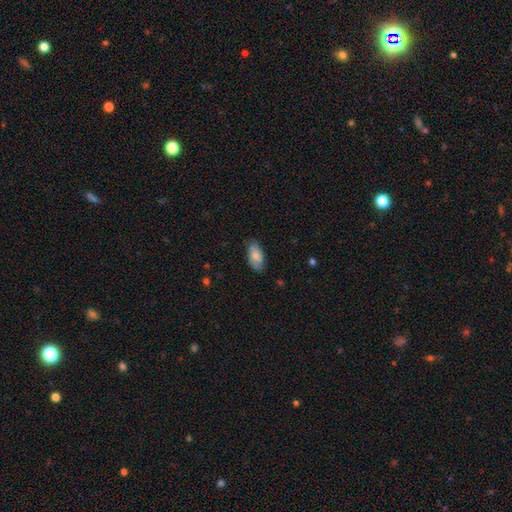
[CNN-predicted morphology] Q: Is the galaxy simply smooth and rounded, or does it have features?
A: smooth — 72%.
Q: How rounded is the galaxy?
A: in between — 93%.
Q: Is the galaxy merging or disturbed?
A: none — 77%.